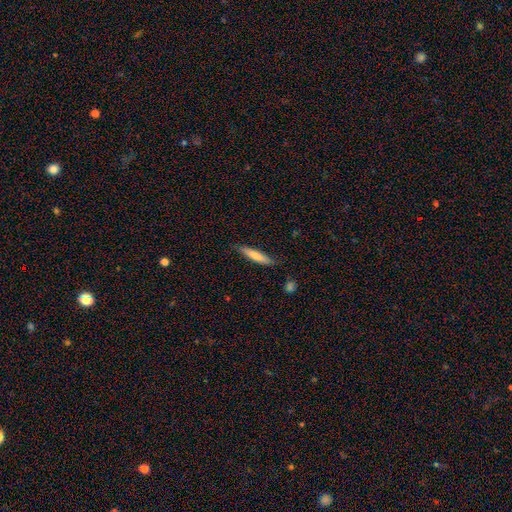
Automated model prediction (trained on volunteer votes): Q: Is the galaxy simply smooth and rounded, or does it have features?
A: smooth — 76%.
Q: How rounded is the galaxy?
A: cigar-shaped — 87%.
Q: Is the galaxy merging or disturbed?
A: none — 83%.